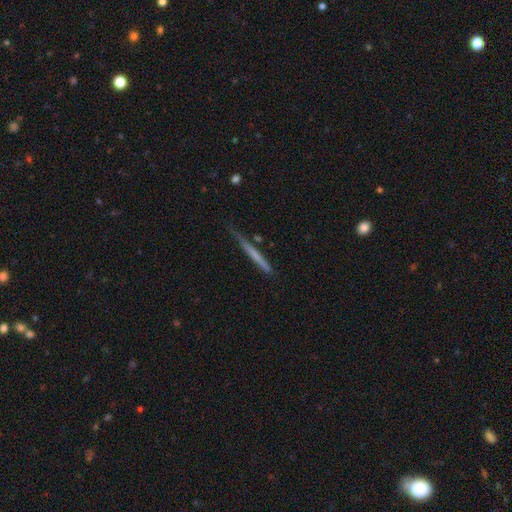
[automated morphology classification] smooth-or-featured: smooth: 53% | featured or disk: 41% | star or artifact: 6%
  how-rounded: cigar-shaped: 97% | in between: 2% | round: 2%
  merging: none: 78% | minor disturbance: 17% | major disturbance: 3% | merger: 3%